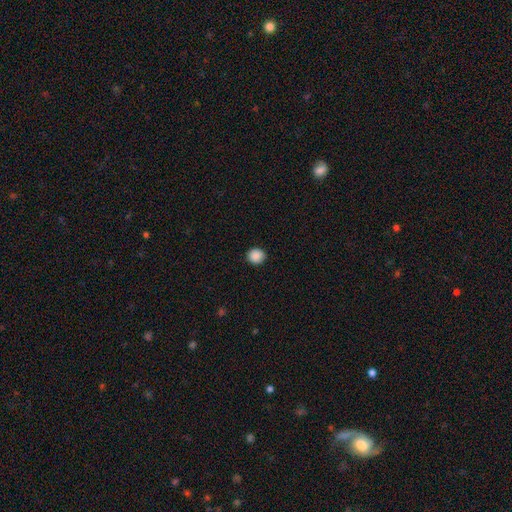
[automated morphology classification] The model was most divided on "how rounded": round: 87%, in between: 12%, cigar-shaped: 1%. More confident: merging — none (91%); smooth or featured — smooth (89%).